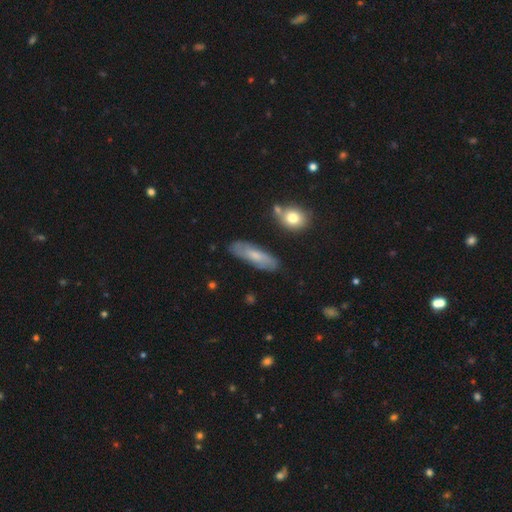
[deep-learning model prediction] A smooth galaxy with no disk features (56%) that is cigar-shaped (49%). Merging: none (79%).